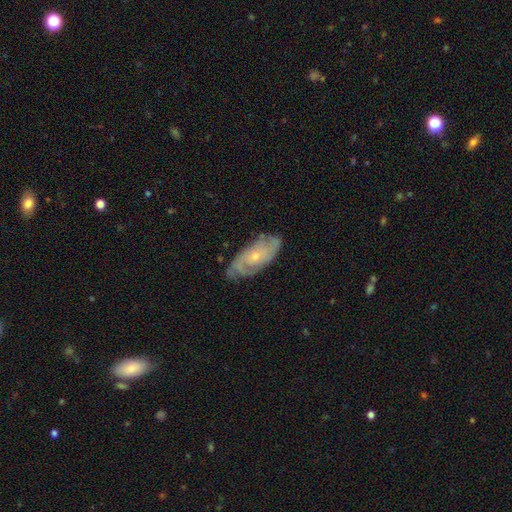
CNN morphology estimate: Smooth or featured? Predicted: featured or disk (p=0.76). Edge-on disk? Predicted: no (p=0.91). Bar? Predicted: no (p=0.75). Spiral arms? Predicted: yes (p=0.90). Spiral winding? Predicted: tight (p=0.58). Spiral arm count? Predicted: 2 (p=0.38). Bulge size? Predicted: small (p=0.70). Merging? Predicted: none (p=0.75).